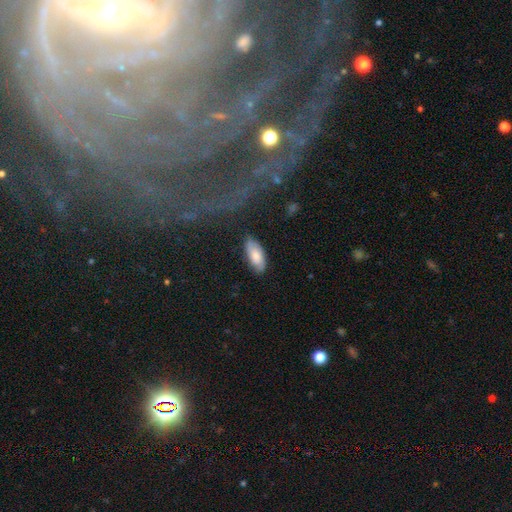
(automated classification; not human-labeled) Smooth or featured?
  - smooth: 75% *
  - featured or disk: 19%
  - star or artifact: 6%
How rounded?
  - in between: 86% *
  - cigar-shaped: 12%
  - round: 2%
Merging?
  - none: 79% *
  - minor disturbance: 16%
  - major disturbance: 3%
  - merger: 2%